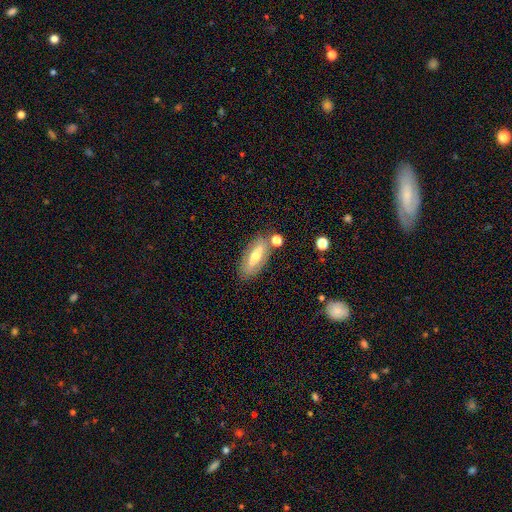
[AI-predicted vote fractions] smooth 46% (tied), featured or disk 46% (tied), star or artifact 8%. Down the decision tree: merging — none (76%).